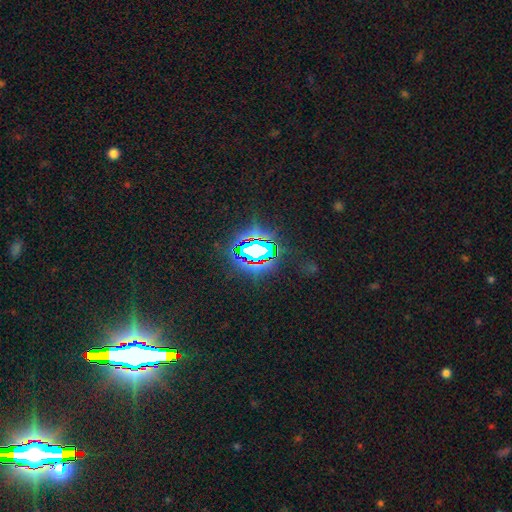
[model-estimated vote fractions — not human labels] Q: Smooth or featured?
A: star or artifact (75%); runner-up: smooth (15%)